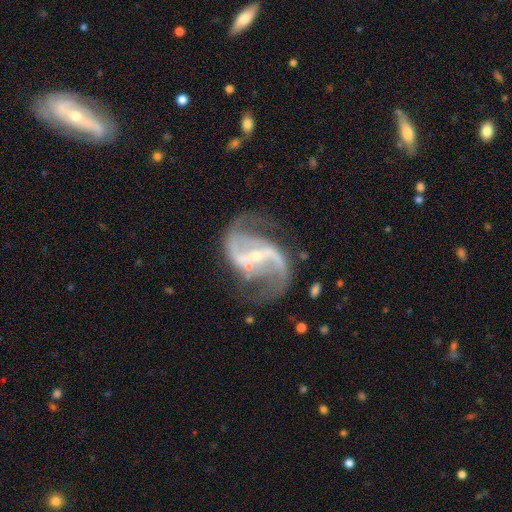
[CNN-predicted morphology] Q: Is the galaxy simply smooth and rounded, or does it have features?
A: featured or disk — 92%.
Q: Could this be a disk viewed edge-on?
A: no — 98%.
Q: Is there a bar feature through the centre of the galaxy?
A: strong — 52%.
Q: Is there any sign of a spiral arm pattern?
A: yes — 97%.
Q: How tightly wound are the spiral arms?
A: loose — 52%.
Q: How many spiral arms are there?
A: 2 — 93%.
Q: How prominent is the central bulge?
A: small — 72%.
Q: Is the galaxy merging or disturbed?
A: none — 70%.